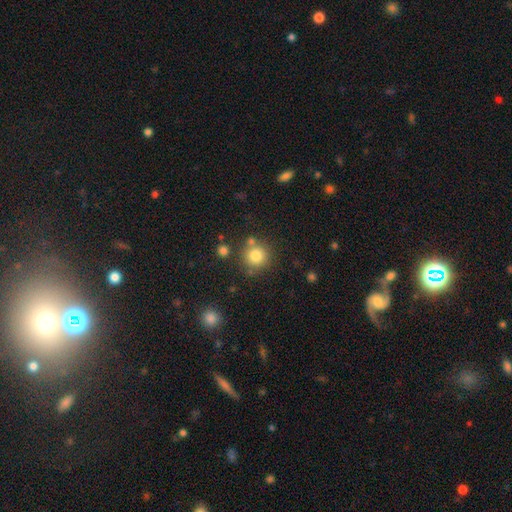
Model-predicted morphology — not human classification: smooth 82%, star or artifact 11%, featured or disk 7%. Down the decision tree: how rounded — round (93%); merging — none (76%).